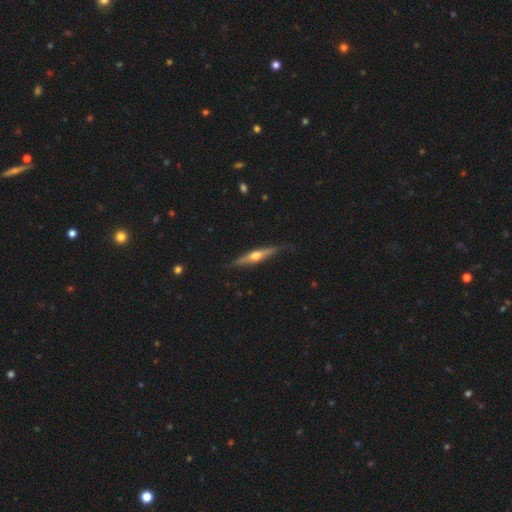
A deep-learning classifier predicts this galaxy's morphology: Overall: featured or disk (65%; smooth 30%). Edge-on disk: yes (95%). Edge-on bulge: rounded (92%). Merging: none (81%).